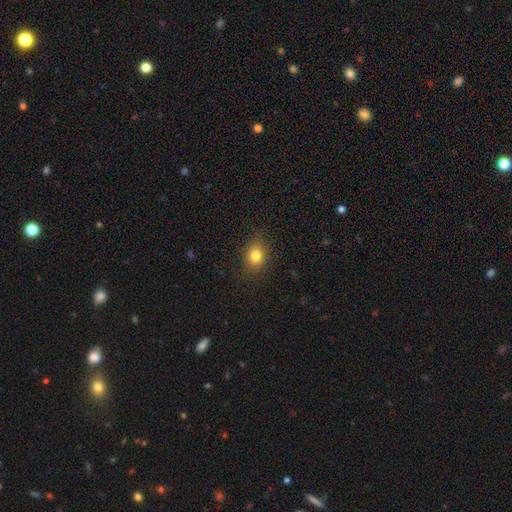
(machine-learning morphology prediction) A smooth galaxy with no disk features (81%) that is round (53%).

Vote fractions:
- Smooth or featured? smooth: 81% / star or artifact: 12% / featured or disk: 7%
- How rounded? round: 53% / in between: 46% / cigar-shaped: 1%
- Merging? none: 87% / minor disturbance: 9% / major disturbance: 3% / merger: 1%